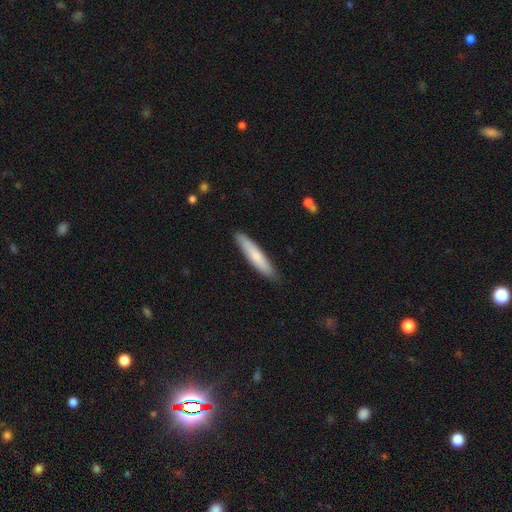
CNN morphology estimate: A smooth galaxy with no disk features (72%) that is cigar-shaped (89%). Merging: none (85%).